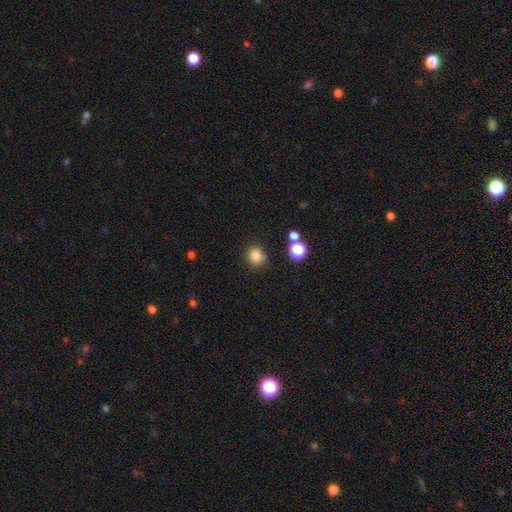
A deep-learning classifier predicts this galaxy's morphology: Smooth or featured? Predicted: smooth (p=0.82). How rounded? Predicted: round (p=0.81). Merging? Predicted: none (p=0.80).